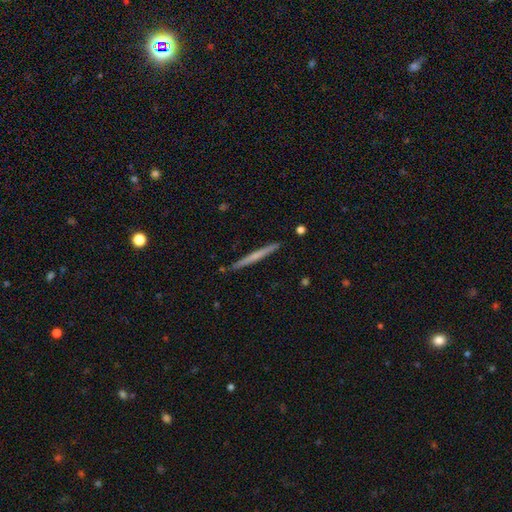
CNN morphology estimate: Smooth or featured: featured or disk — 49% (smooth — 46%)
Merging: none — 91% (minor disturbance — 7%)